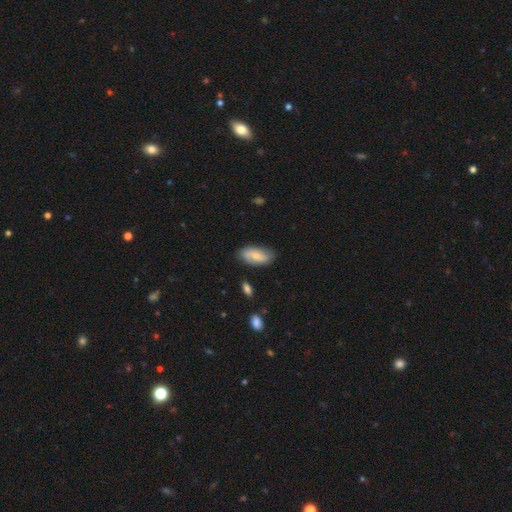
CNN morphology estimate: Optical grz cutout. It shows a smooth galaxy with no disk features (63%) that is in between round and cigar-shaped (90%). Merging: none (78%).